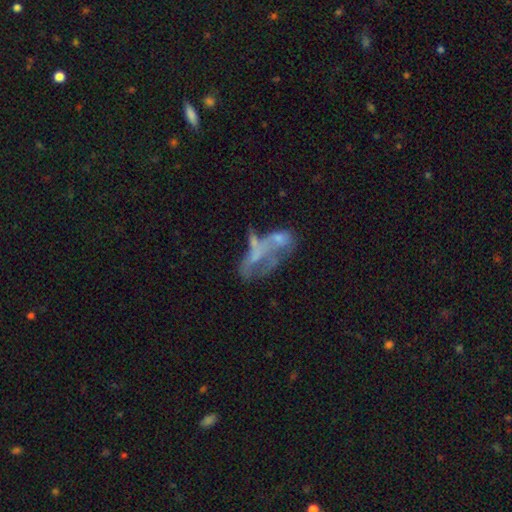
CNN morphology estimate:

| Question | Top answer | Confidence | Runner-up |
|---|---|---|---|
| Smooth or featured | featured or disk | 48% | smooth (38%) |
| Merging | merger | 53% | major disturbance (25%) |